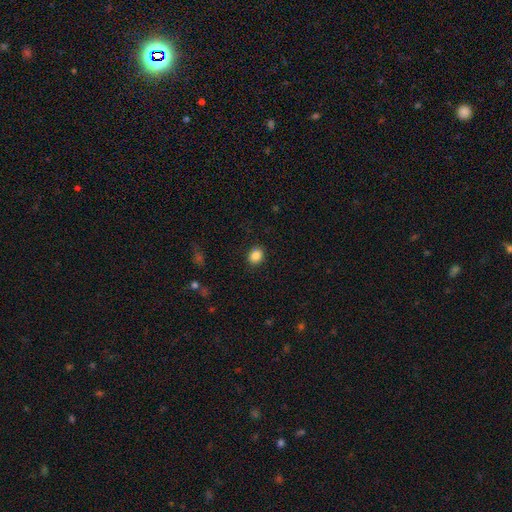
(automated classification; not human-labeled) This is clearly a smooth galaxy (86%). How rounded: possibly round (58%). Merging: clearly none (89%).